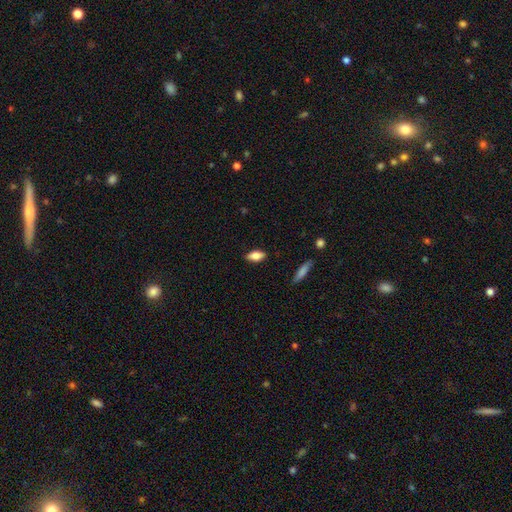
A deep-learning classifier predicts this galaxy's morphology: This appears to be a smooth galaxy with no disk features (74%) that is in between round and cigar-shaped (83%). Merging: none (85%).